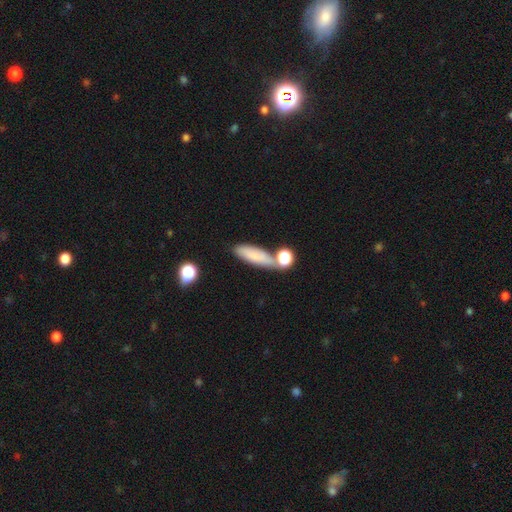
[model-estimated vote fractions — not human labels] smooth_or_featured: smooth (p=0.77) [alt: featured or disk p=0.14]
how_rounded: cigar-shaped (p=0.51) [alt: in between p=0.46]
merging: none (p=0.59) [alt: merger p=0.20]